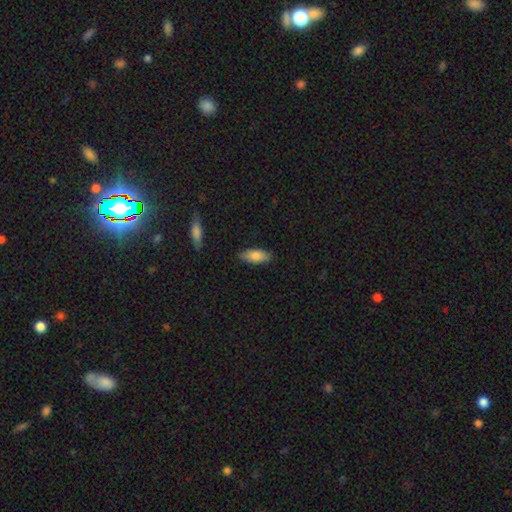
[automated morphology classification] smooth_or_featured: smooth (p=0.83) [alt: featured or disk p=0.11]
how_rounded: in between (p=0.78) [alt: cigar-shaped p=0.21]
merging: none (p=0.85) [alt: minor disturbance p=0.12]